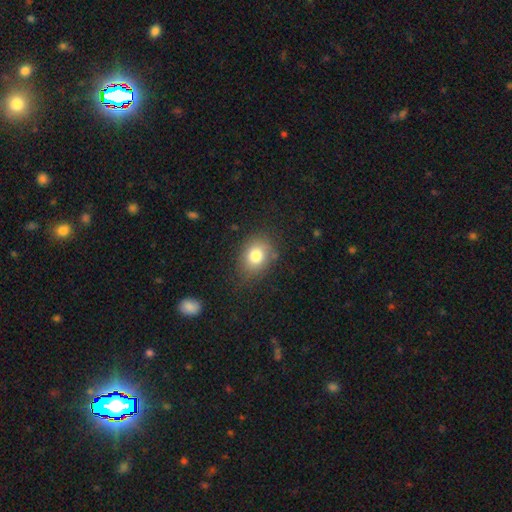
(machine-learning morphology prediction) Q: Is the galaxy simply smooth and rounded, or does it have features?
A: smooth — 79%.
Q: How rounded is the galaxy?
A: in between — 58%.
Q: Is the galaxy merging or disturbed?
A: none — 78%.